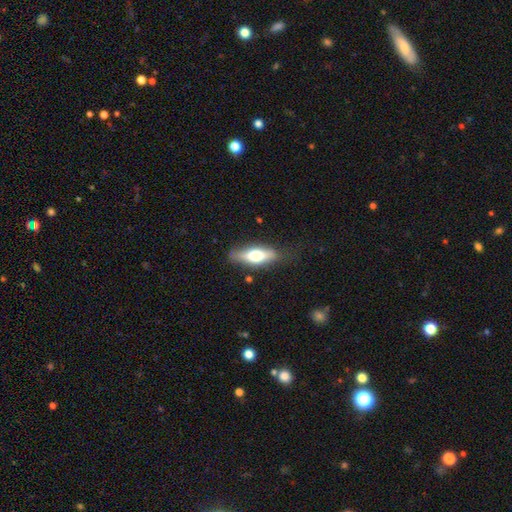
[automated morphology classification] Overall: smooth (55%; featured or disk 39%). How rounded: in between (62%; cigar-shaped 34%). Merging: none (76%).